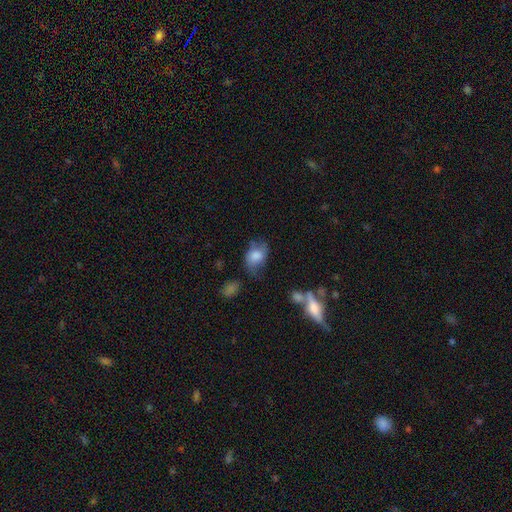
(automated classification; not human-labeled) Overall: smooth (71%). How rounded: in between (76%). Merging: none (48%; minor disturbance 32%).